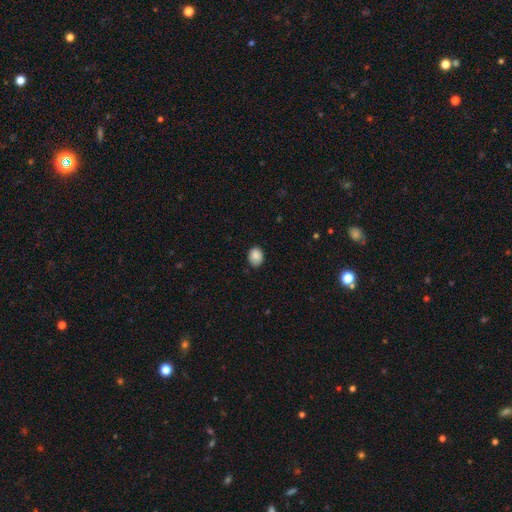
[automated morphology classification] A smooth galaxy with no disk features (88%) that is in between round and cigar-shaped (50%).

Vote fractions:
- Smooth or featured? smooth: 88% / star or artifact: 9% / featured or disk: 4%
- How rounded? in between: 50% / round: 49% / cigar-shaped: 1%
- Merging? none: 81% / minor disturbance: 16% / major disturbance: 2% / merger: 1%